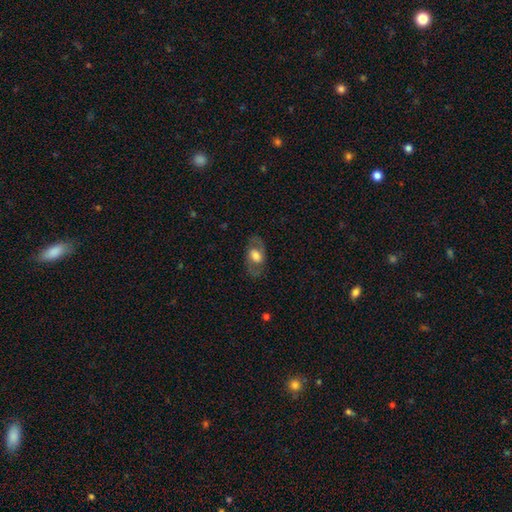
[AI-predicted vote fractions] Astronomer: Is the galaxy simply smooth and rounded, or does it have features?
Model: featured or disk — 54% (runner-up: smooth, 38%).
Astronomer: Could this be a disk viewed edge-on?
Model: no — 91%.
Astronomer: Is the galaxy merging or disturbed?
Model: none — 78%.